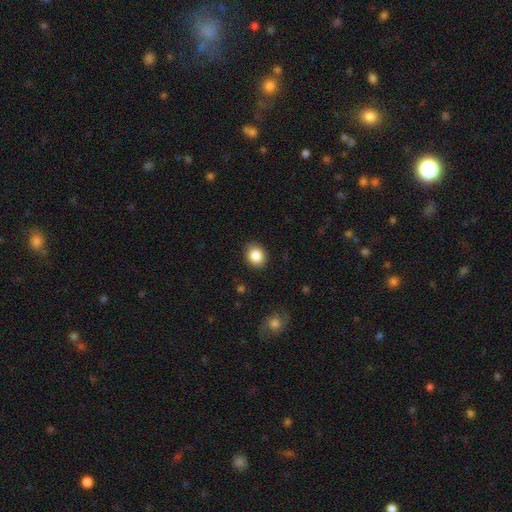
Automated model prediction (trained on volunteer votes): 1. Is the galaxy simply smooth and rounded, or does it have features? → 85% smooth, 9% star or artifact, 6% featured or disk.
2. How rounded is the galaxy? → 58% round, 41% in between, 1% cigar-shaped.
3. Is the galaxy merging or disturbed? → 88% none, 9% minor disturbance, 2% major disturbance, 1% merger.